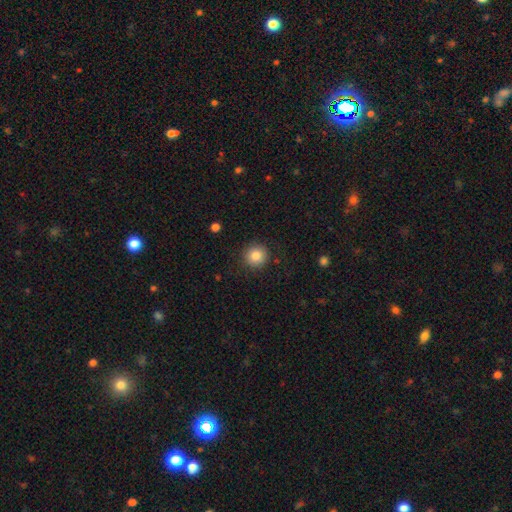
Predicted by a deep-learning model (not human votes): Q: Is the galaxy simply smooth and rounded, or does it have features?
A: smooth — 84%.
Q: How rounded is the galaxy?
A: round — 93%.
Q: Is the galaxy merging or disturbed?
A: none — 89%.